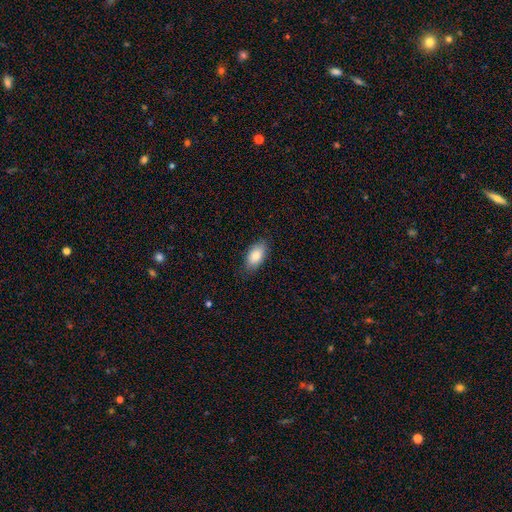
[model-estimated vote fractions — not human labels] The model was most divided on "merging": none: 82%, minor disturbance: 14%, major disturbance: 3%, merger: 1%. More confident: how rounded — in between (93%); smooth or featured — smooth (85%).